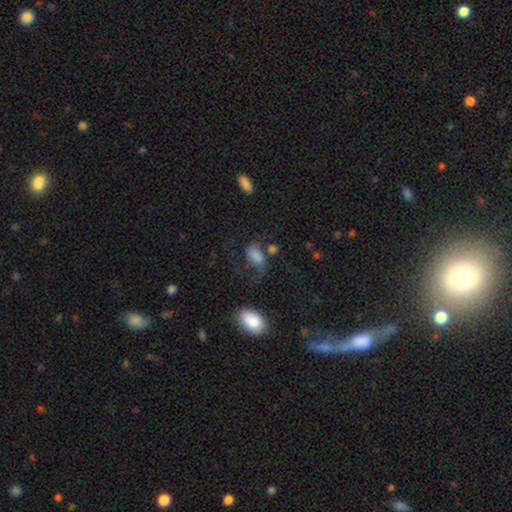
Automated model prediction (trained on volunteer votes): Overall: smooth (50%; featured or disk 35%). How rounded: in between (80%). Merging: major disturbance (39%; none 33%).